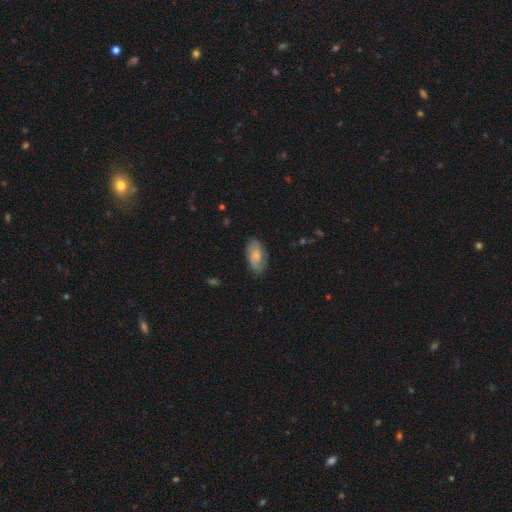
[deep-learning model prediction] smooth-or-featured: smooth: 63% | featured or disk: 31% | star or artifact: 6%
  how-rounded: in between: 93% | round: 4% | cigar-shaped: 3%
  merging: none: 72% | minor disturbance: 21% | major disturbance: 5% | merger: 1%